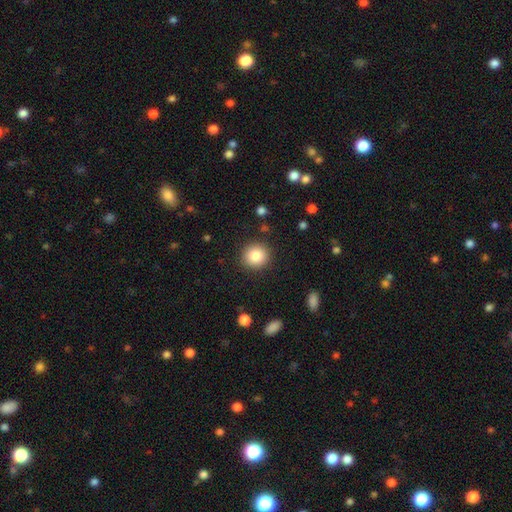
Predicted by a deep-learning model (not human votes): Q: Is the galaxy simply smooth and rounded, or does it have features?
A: smooth — 85%.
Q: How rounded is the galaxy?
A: round — 92%.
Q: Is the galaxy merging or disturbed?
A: none — 90%.